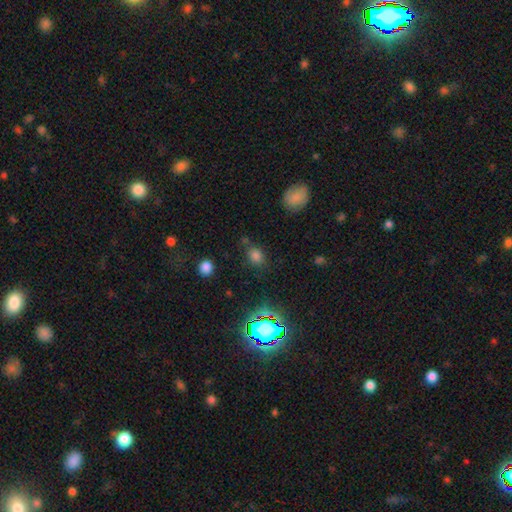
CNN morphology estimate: Q: Smooth or featured?
A: smooth (72%); runner-up: star or artifact (22%)
Q: How rounded?
A: in between (52%); runner-up: round (46%)
Q: Merging?
A: none (73%); runner-up: minor disturbance (16%)